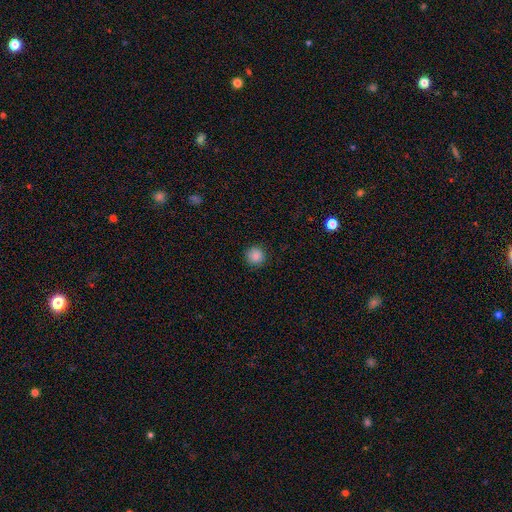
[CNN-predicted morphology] Overall: smooth (87%). How rounded: round (95%). Merging: none (91%).